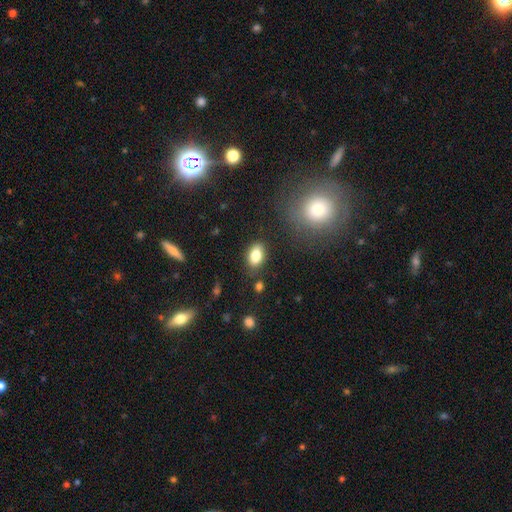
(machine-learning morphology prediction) A smooth galaxy with no disk features (83%) that is in between round and cigar-shaped (87%).

Vote fractions:
- Smooth or featured? smooth: 83% / star or artifact: 9% / featured or disk: 8%
- How rounded? in between: 87% / round: 11% / cigar-shaped: 2%
- Merging? none: 82% / minor disturbance: 13% / major disturbance: 3% / merger: 3%